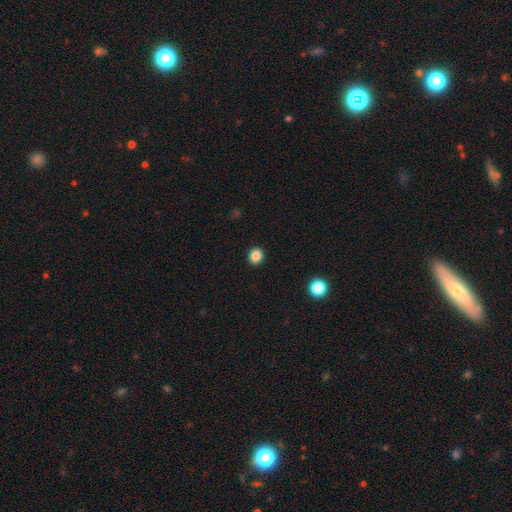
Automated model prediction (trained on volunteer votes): Smooth or featured: smooth — 86% (star or artifact — 10%)
How rounded: round — 71% (in between — 28%)
Merging: none — 92% (minor disturbance — 5%)